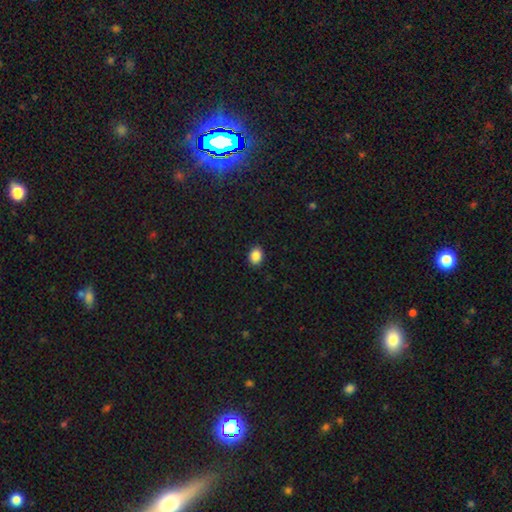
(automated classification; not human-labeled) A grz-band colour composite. It shows a smooth galaxy with no disk features (88%) that is in between round and cigar-shaped (63%). Merging: none (90%).